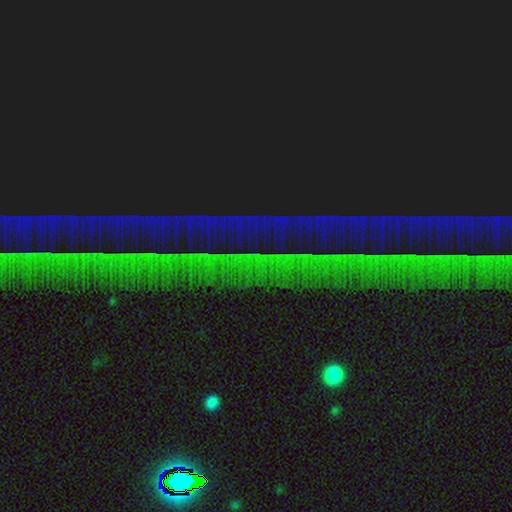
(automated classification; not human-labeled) This appears to be a star or artifact, not a galaxy (88%).